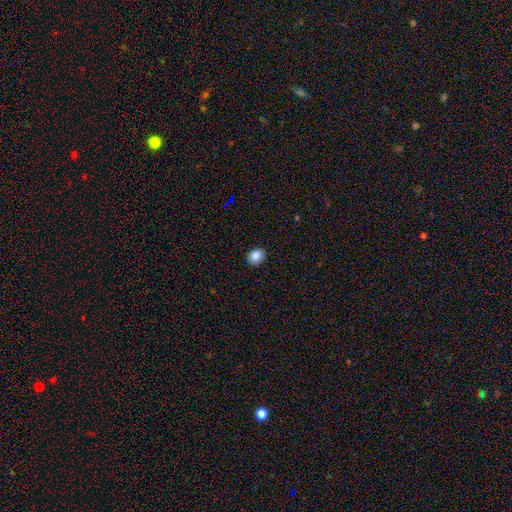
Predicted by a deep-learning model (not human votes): This appears to be a smooth galaxy with no disk features (87%) that is round (58%). Merging: none (88%).